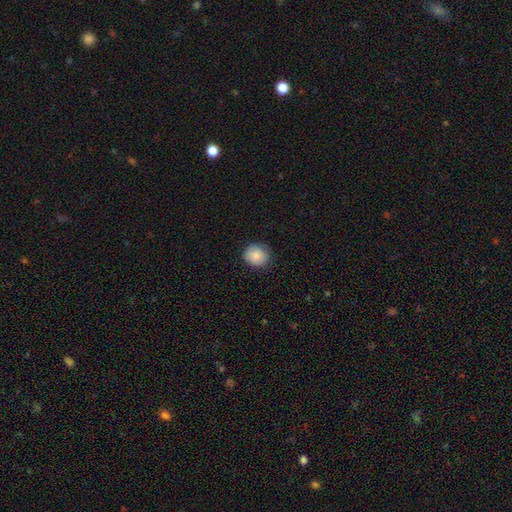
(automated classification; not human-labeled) Smooth or featured? smooth (86%)
How rounded? round (81%)
Merging? none (84%)